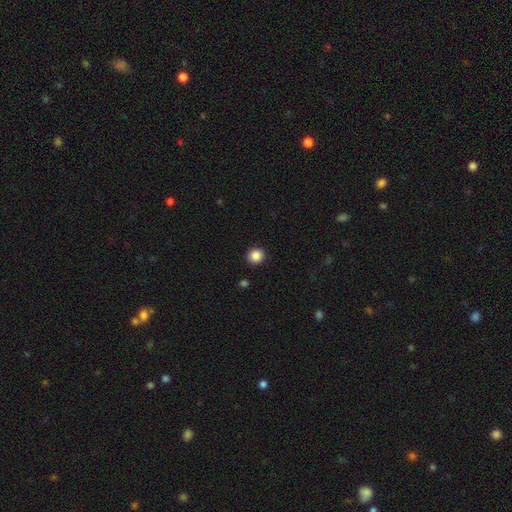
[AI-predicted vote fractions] smooth 86%, star or artifact 10%, featured or disk 4%. Down the decision tree: how rounded — round (89%); merging — none (92%).